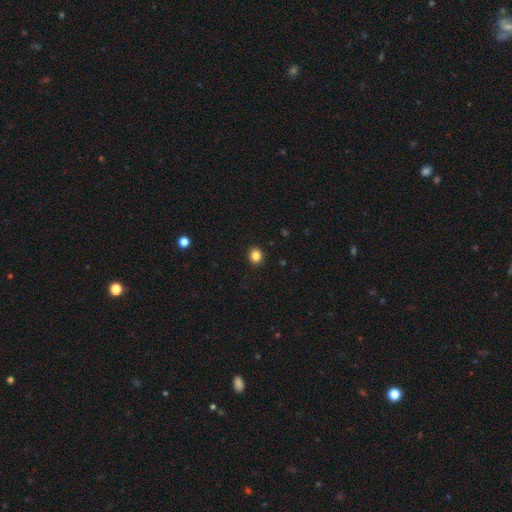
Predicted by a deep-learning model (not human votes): This is clearly a smooth galaxy (85%). How rounded: likely round (78%). Merging: clearly none (92%).